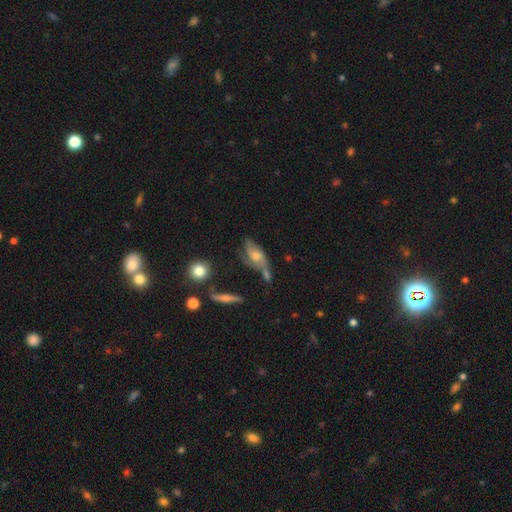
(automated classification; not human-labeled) featured or disk 61%, smooth 29%, star or artifact 10%. Down the decision tree: edge-on disk — no (85%); bar — no (71%); spiral arms — yes (80%); bulge size — moderate (51%); merging — none (43%).